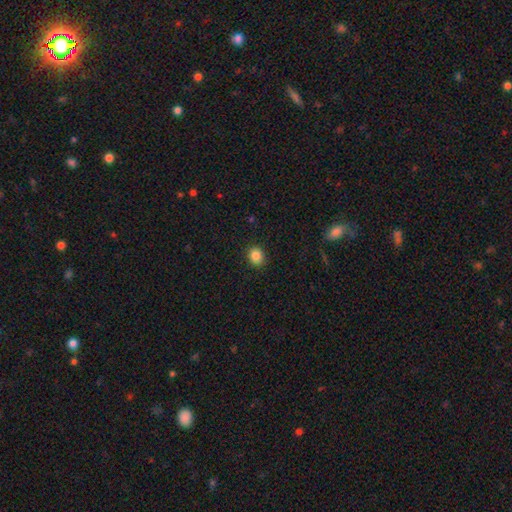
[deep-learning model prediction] Smooth or featured?
  - smooth: 85% *
  - star or artifact: 10%
  - featured or disk: 4%
How rounded?
  - round: 70% *
  - in between: 29%
  - cigar-shaped: 1%
Merging?
  - none: 91% *
  - minor disturbance: 7%
  - major disturbance: 2%
  - merger: 1%